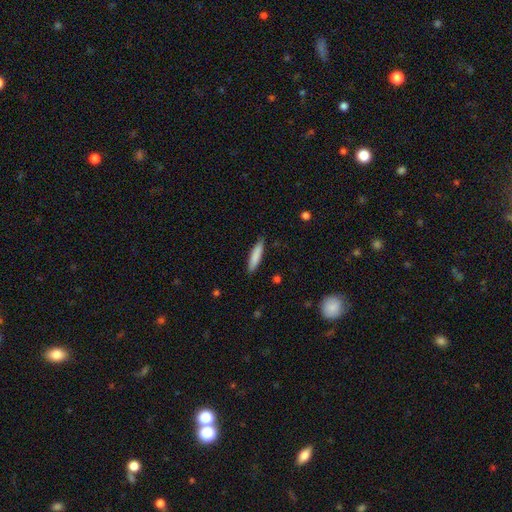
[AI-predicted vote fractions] smooth_or_featured: smooth (p=0.83) [alt: featured or disk p=0.11]
how_rounded: cigar-shaped (p=0.84) [alt: in between p=0.15]
merging: none (p=0.87) [alt: minor disturbance p=0.10]